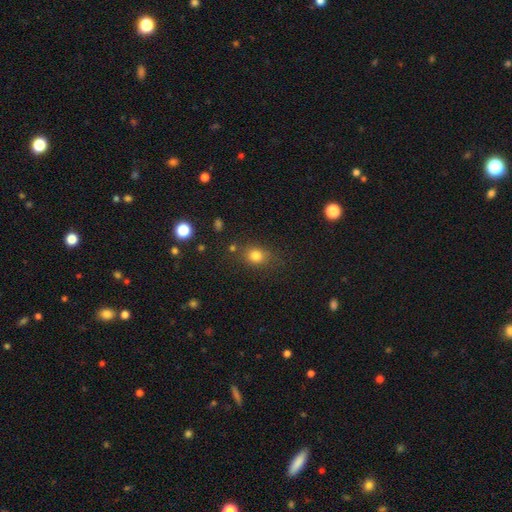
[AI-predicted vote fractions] This appears to be a smooth galaxy with no disk features (79%) that is round (61%). Merging: none (76%).